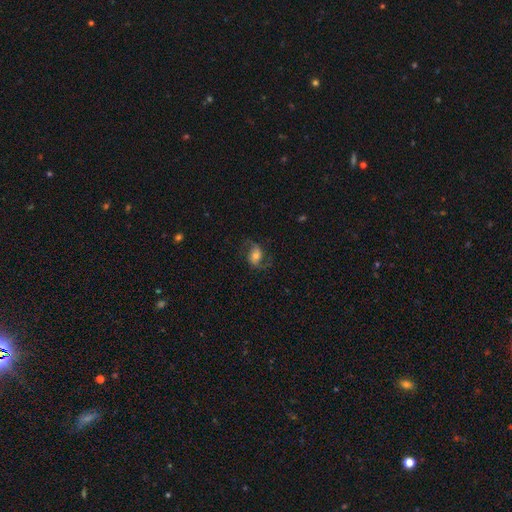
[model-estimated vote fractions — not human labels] Smooth or featured?
  - featured or disk: 70% *
  - smooth: 21%
  - star or artifact: 8%
Edge-on disk?
  - no: 97% *
  - yes: 3%
Bar?
  - no: 49% *
  - weak: 35%
  - strong: 16%
Spiral arms?
  - yes: 93% *
  - no: 7%
Spiral winding?
  - loose: 53% *
  - medium: 38%
  - tight: 8%
Spiral arm count?
  - 2: 91% *
  - 1: 3%
  - can't tell: 3%
  - 3: 1%
  - 4: 1%
  - more than 4: 1%
Bulge size?
  - moderate: 57% *
  - small: 26%
  - large: 12%
  - none: 2%
  - dominant: 2%
Merging?
  - none: 71% *
  - minor disturbance: 15%
  - major disturbance: 12%
  - merger: 1%